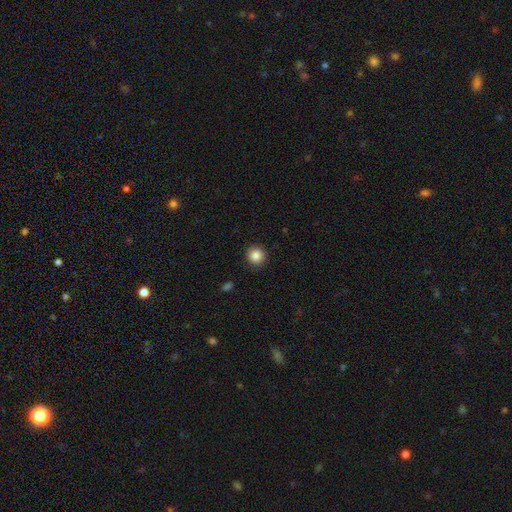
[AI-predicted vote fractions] smooth_or_featured: smooth (p=0.86) [alt: star or artifact p=0.10]
how_rounded: round (p=0.94) [alt: in between p=0.05]
merging: none (p=0.91) [alt: minor disturbance p=0.06]